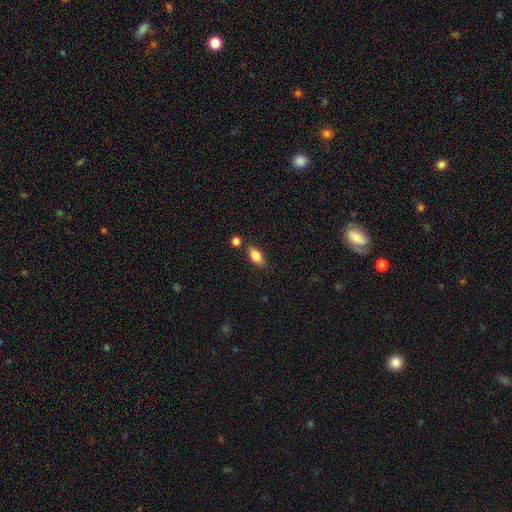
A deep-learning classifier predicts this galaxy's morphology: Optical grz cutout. It shows a smooth galaxy with no disk features (82%) that is in between round and cigar-shaped (86%). Merging: none (75%).